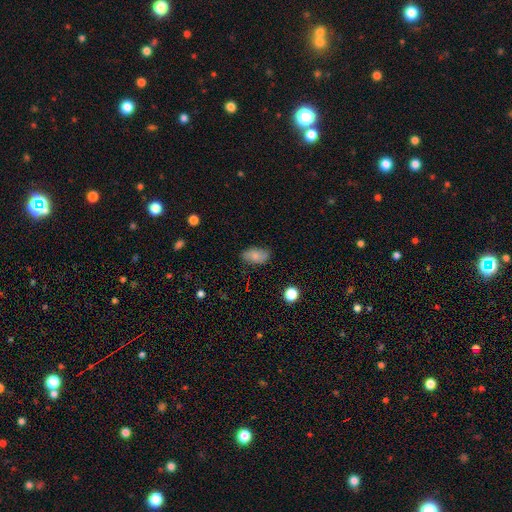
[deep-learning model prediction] Smooth or featured? smooth (77%)
How rounded? in between (91%)
Merging? none (78%)